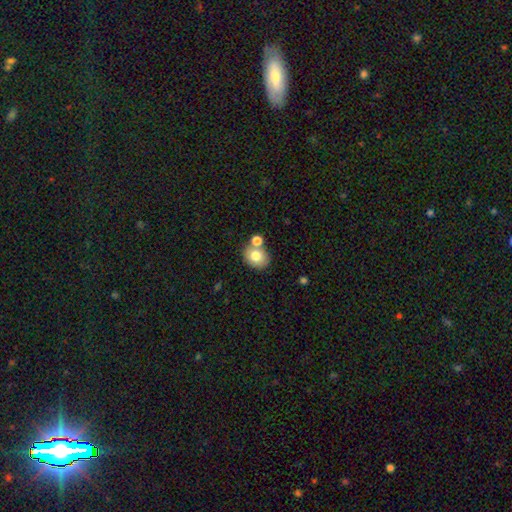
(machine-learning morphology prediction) Overall: smooth (77%). How rounded: round (59%; in between 40%). Merging: none (57%; merger 28%).